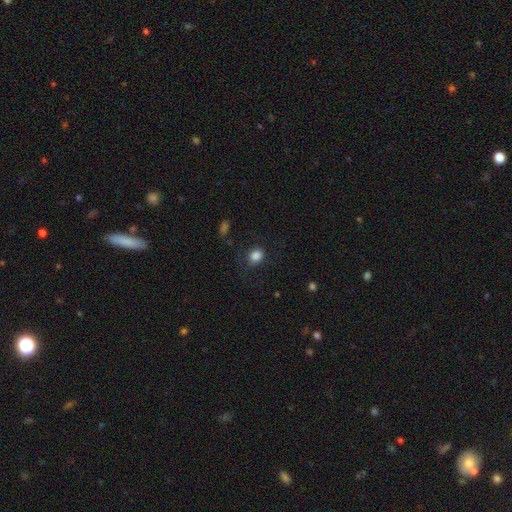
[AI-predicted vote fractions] smooth 84%, star or artifact 10%, featured or disk 6%. Down the decision tree: how rounded — round (64%); merging — none (70%).